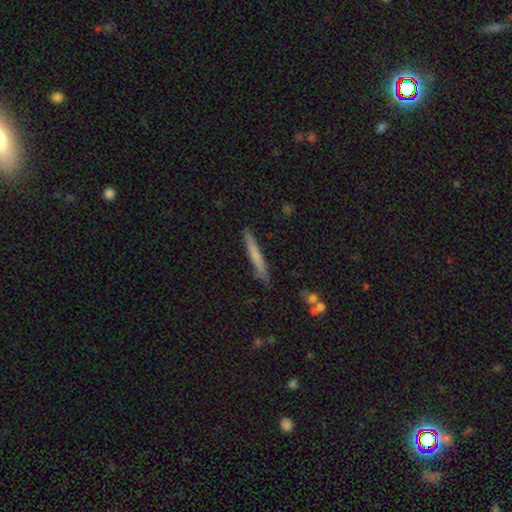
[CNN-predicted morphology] A smooth galaxy with no disk features (66%) that is cigar-shaped (96%). Merging: none (86%).